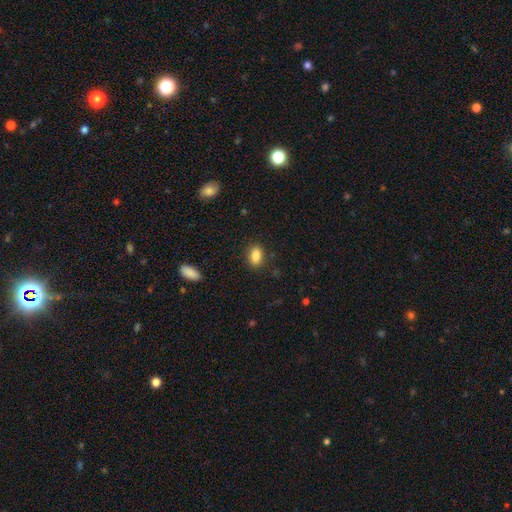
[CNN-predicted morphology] Smooth or featured? Predicted: smooth (p=0.87). How rounded? Predicted: in between (p=0.87). Merging? Predicted: none (p=0.86).